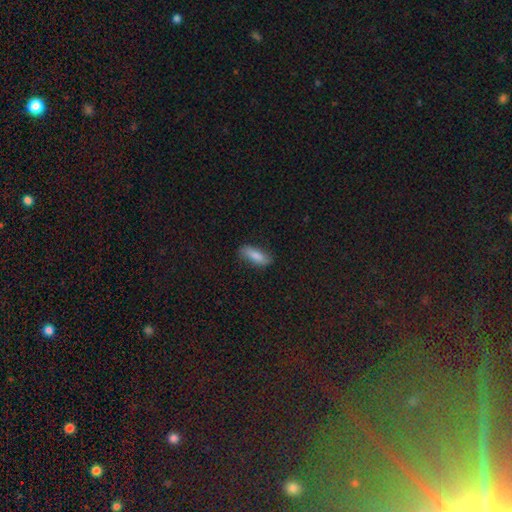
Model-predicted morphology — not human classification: Q: Smooth or featured?
A: smooth (82%); runner-up: featured or disk (11%)
Q: How rounded?
A: in between (67%); runner-up: cigar-shaped (31%)
Q: Merging?
A: none (78%); runner-up: minor disturbance (17%)